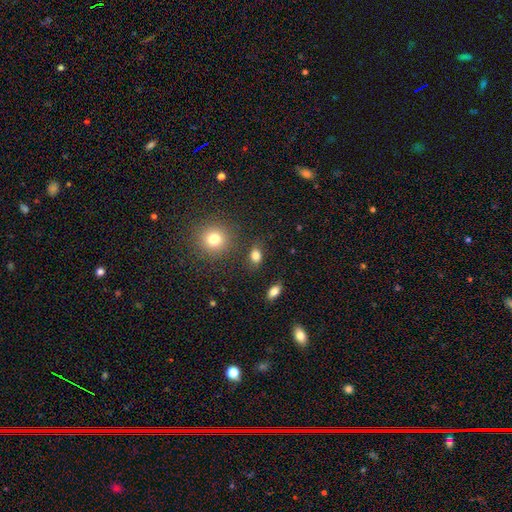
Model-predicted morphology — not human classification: The model was most divided on "how rounded": in between: 74%, round: 24%, cigar-shaped: 2%. More confident: smooth or featured — smooth (82%); merging — none (80%).